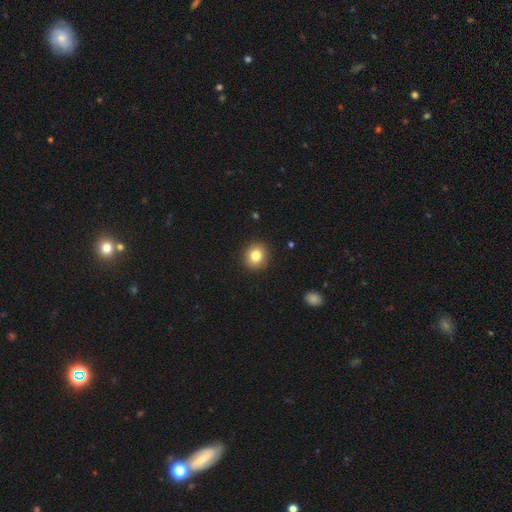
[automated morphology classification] Smooth or featured?
  - smooth: 81% *
  - star or artifact: 11%
  - featured or disk: 8%
How rounded?
  - round: 84% *
  - in between: 15%
  - cigar-shaped: 1%
Merging?
  - none: 91% *
  - minor disturbance: 6%
  - major disturbance: 2%
  - merger: 1%